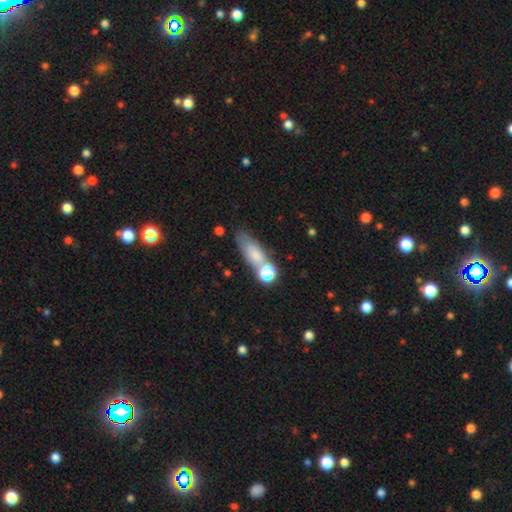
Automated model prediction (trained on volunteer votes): Q: Smooth or featured?
A: smooth (73%); runner-up: featured or disk (15%)
Q: How rounded?
A: in between (56%); runner-up: cigar-shaped (34%)
Q: Merging?
A: none (53%); runner-up: merger (20%)